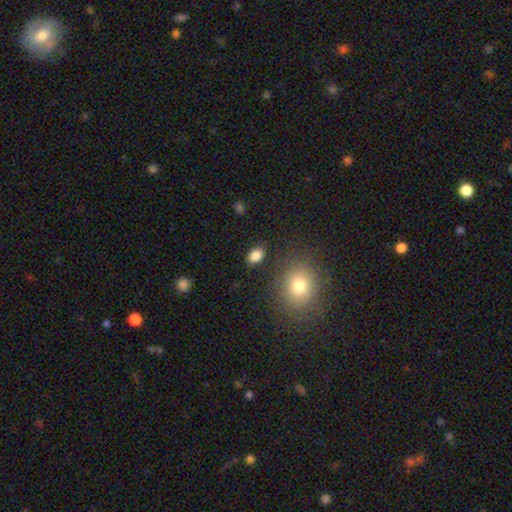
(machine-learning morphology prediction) A smooth galaxy with no disk features (85%) that is in between round and cigar-shaped (83%). Merging: none (85%).